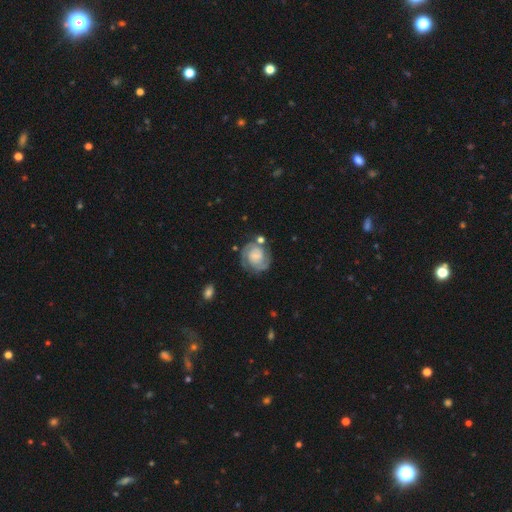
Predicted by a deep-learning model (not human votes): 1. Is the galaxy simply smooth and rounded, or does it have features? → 79% featured or disk, 15% smooth, 6% star or artifact.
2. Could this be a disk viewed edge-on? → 98% no, 2% yes.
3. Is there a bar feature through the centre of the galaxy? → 60% no, 31% weak, 8% strong.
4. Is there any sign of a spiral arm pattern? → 94% yes, 6% no.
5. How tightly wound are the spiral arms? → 61% tight, 32% medium, 8% loose.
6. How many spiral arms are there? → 73% 2, 12% can't tell, 7% 3, 4% 1, 2% 4, 2% more than 4.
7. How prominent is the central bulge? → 32% none, 29% small, 18% moderate, 17% large, 4% dominant.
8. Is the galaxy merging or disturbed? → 68% none, 17% minor disturbance, 9% major disturbance, 6% merger.